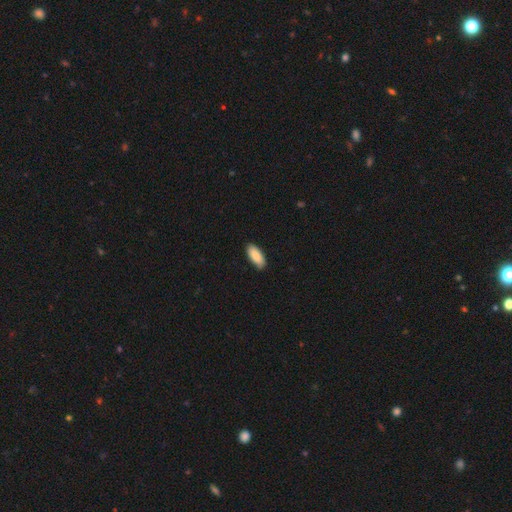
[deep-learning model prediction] Smooth or featured? Predicted: smooth (p=0.88). How rounded? Predicted: in between (p=0.85). Merging? Predicted: none (p=0.87).